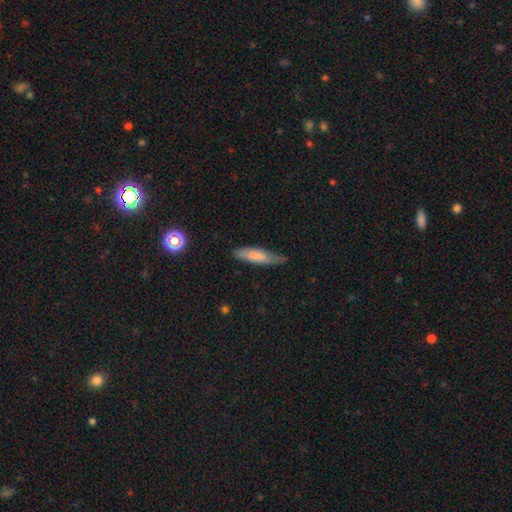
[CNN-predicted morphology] A smooth galaxy with no disk features (75%) that is cigar-shaped (62%).

Vote fractions:
- Smooth or featured? smooth: 75% / featured or disk: 19% / star or artifact: 7%
- How rounded? cigar-shaped: 62% / in between: 36% / round: 2%
- Merging? none: 59% / minor disturbance: 32% / major disturbance: 7% / merger: 2%